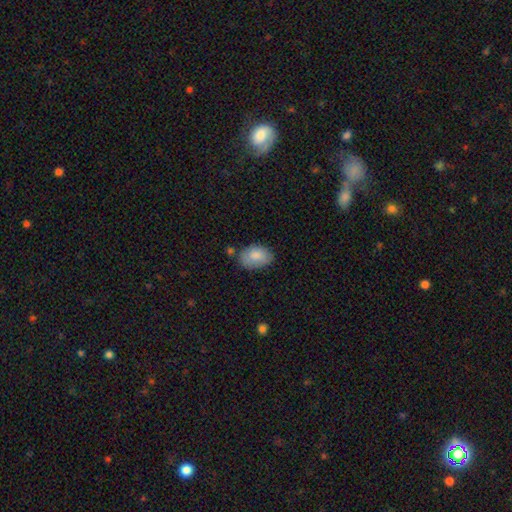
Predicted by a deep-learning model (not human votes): Smooth or featured?
  - smooth: 84% *
  - featured or disk: 10%
  - star or artifact: 7%
How rounded?
  - in between: 87% *
  - round: 12%
  - cigar-shaped: 1%
Merging?
  - none: 66% *
  - minor disturbance: 23%
  - major disturbance: 5%
  - merger: 5%